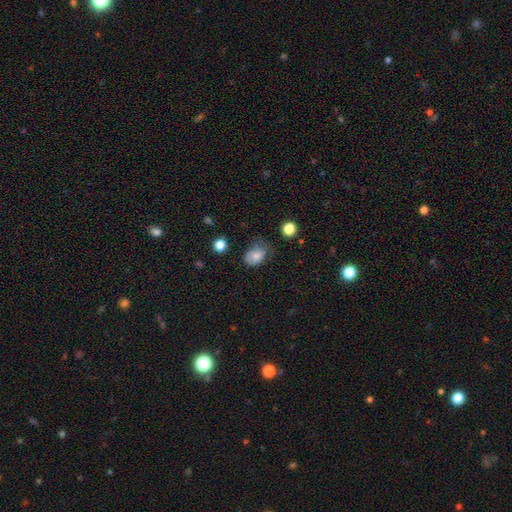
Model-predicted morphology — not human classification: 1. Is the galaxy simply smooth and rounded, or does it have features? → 73% smooth, 17% featured or disk, 10% star or artifact.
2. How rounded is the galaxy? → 71% in between, 28% round, 1% cigar-shaped.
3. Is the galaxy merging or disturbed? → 40% none, 37% minor disturbance, 21% major disturbance, 2% merger.